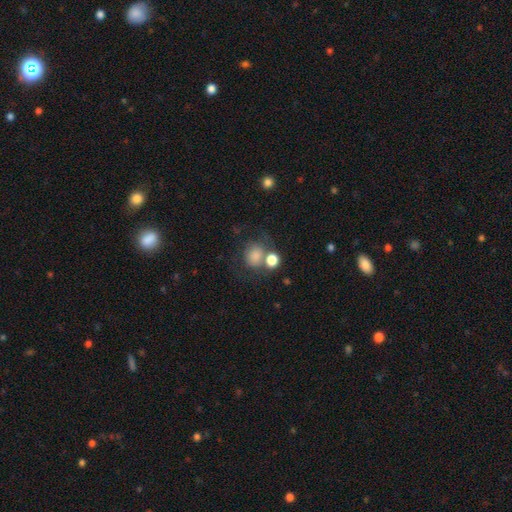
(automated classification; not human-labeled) A smooth galaxy with no disk features (77%) that is round (71%). Merging: none (47%).